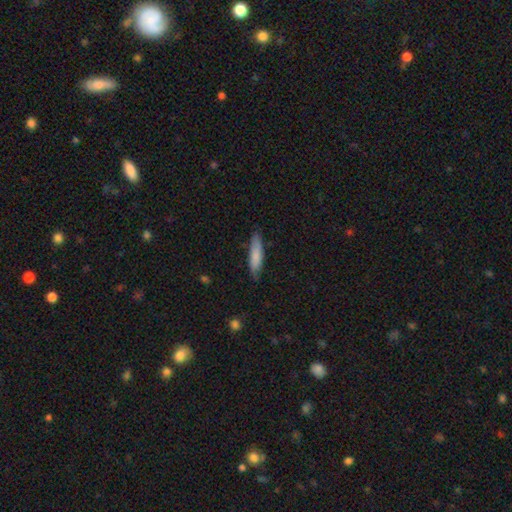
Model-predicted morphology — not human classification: The model was most divided on "how rounded": cigar-shaped: 73%, in between: 25%, round: 1%. More confident: smooth or featured — smooth (79%); merging — none (79%).